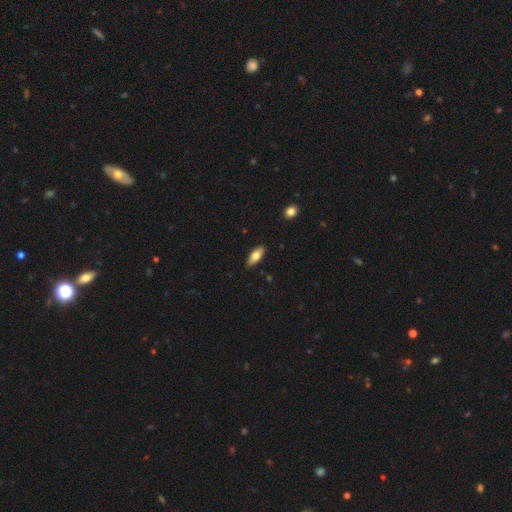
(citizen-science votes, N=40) Smooth or featured: smooth — 65% (featured or disk — 35%)
How rounded: in between — 92% (cigar-shaped — 8%)
Merging: none — 88% (minor disturbance — 12%)